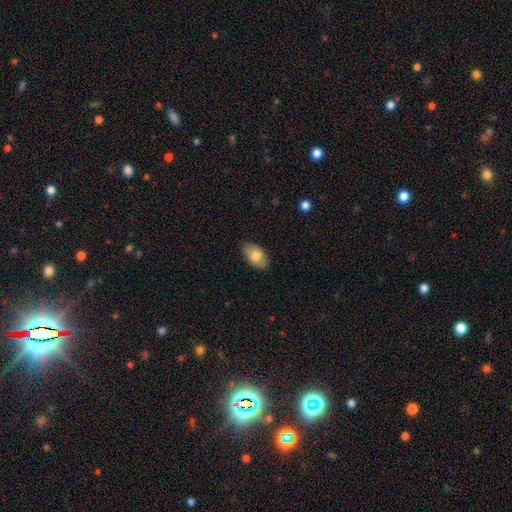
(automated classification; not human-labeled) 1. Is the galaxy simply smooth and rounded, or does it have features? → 78% smooth, 15% featured or disk, 6% star or artifact.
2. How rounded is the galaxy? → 93% in between, 5% round, 2% cigar-shaped.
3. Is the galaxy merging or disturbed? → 84% none, 12% minor disturbance, 2% major disturbance, 1% merger.